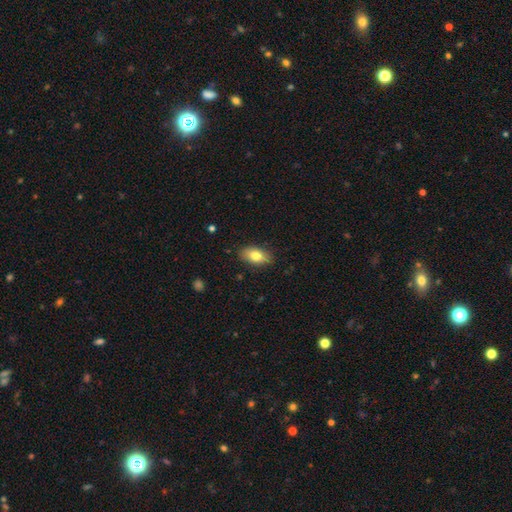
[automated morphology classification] type=smooth (79%); roundness=in between (91%); merging=none (86%).